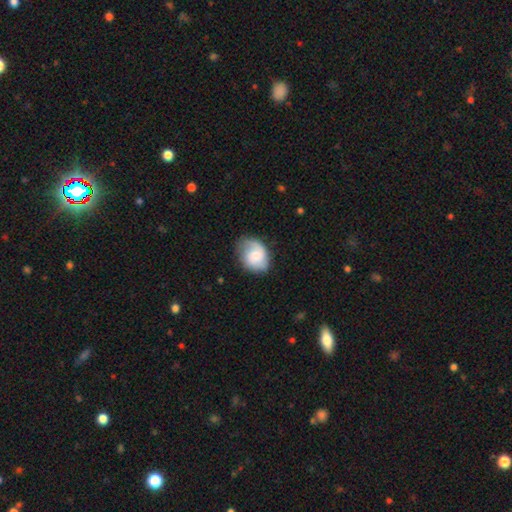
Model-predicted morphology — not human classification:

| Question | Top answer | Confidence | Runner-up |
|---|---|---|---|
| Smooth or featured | smooth | 53% | featured or disk (40%) |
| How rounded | in between | 58% | round (41%) |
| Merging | none | 62% | minor disturbance (27%) |